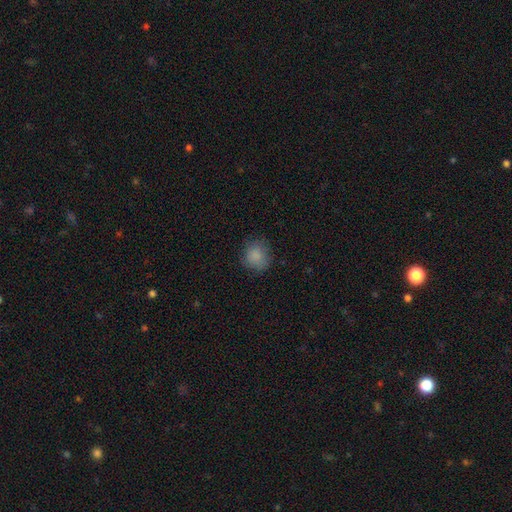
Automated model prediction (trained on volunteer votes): Smooth or featured? Predicted: smooth (p=0.85). How rounded? Predicted: round (p=0.84). Merging? Predicted: none (p=0.79).